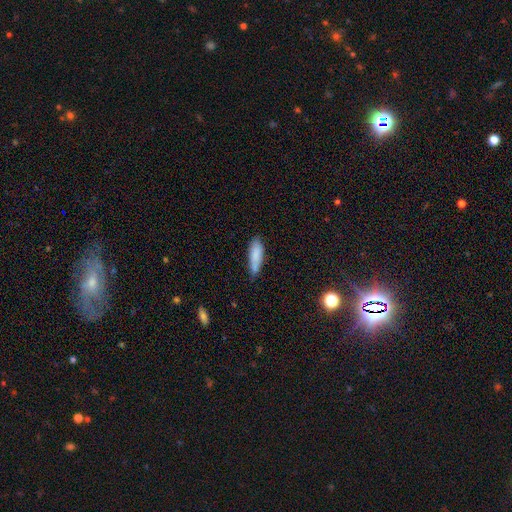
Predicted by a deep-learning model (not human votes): Smooth or featured? smooth (83%)
How rounded? cigar-shaped (52%)
Merging? none (63%)